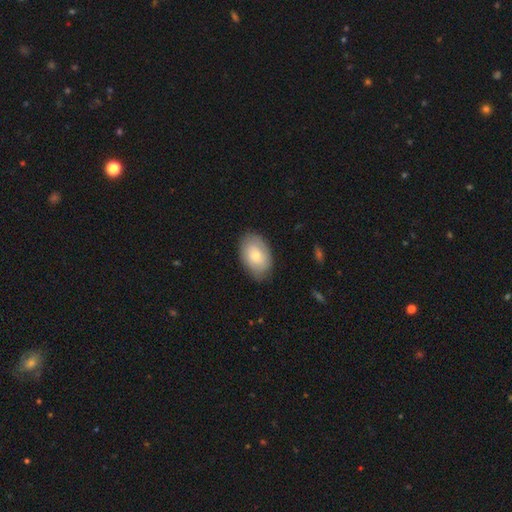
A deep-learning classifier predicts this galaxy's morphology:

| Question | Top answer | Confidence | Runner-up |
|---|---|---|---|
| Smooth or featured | smooth | 71% | featured or disk (23%) |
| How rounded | in between | 87% | round (11%) |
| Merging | none | 80% | minor disturbance (16%) |